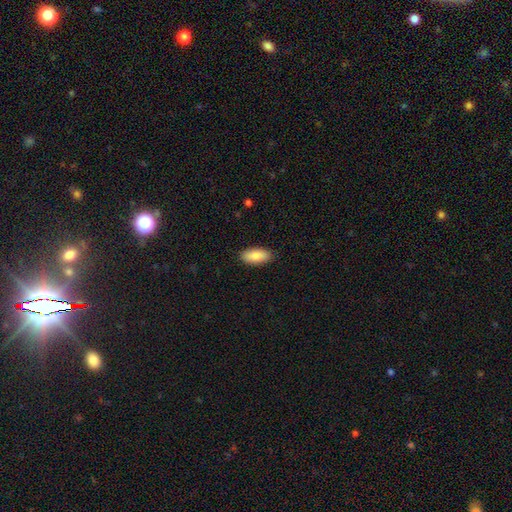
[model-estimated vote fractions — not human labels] Smooth or featured?
  - smooth: 86% *
  - featured or disk: 8%
  - star or artifact: 6%
How rounded?
  - in between: 88% *
  - cigar-shaped: 10%
  - round: 2%
Merging?
  - none: 89% *
  - minor disturbance: 8%
  - major disturbance: 2%
  - merger: 1%